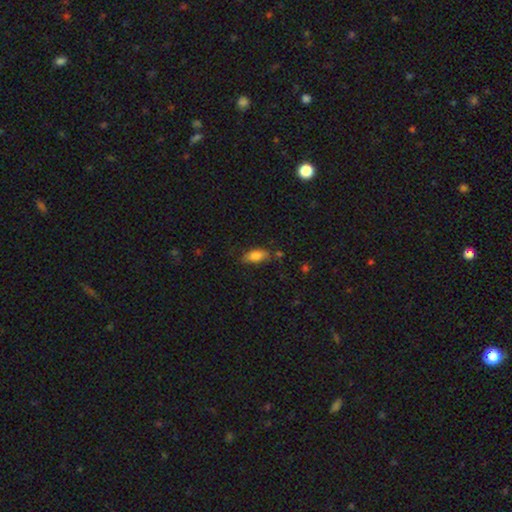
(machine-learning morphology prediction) Overall: smooth (78%). How rounded: in between (81%). Merging: none (70%).